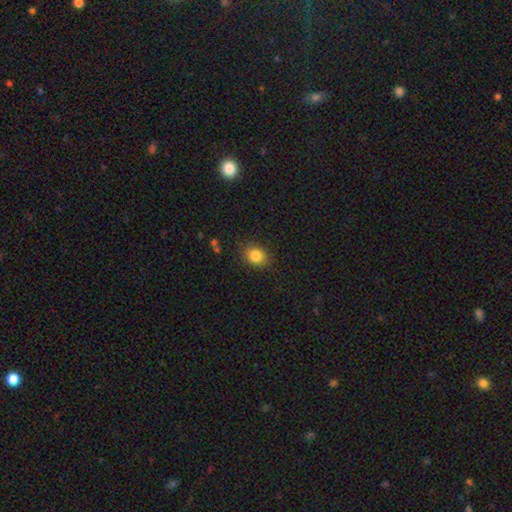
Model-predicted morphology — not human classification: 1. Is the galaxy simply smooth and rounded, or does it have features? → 84% smooth, 10% star or artifact, 6% featured or disk.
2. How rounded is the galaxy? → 59% round, 40% in between, 1% cigar-shaped.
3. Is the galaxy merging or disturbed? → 85% none, 11% minor disturbance, 3% major disturbance, 1% merger.